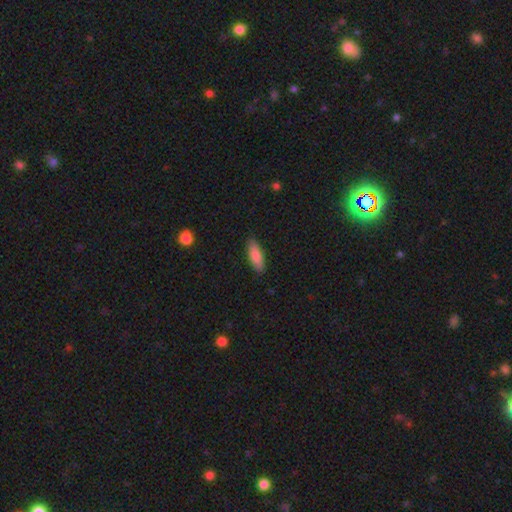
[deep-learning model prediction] Smooth or featured? smooth (86%)
How rounded? in between (62%)
Merging? none (88%)